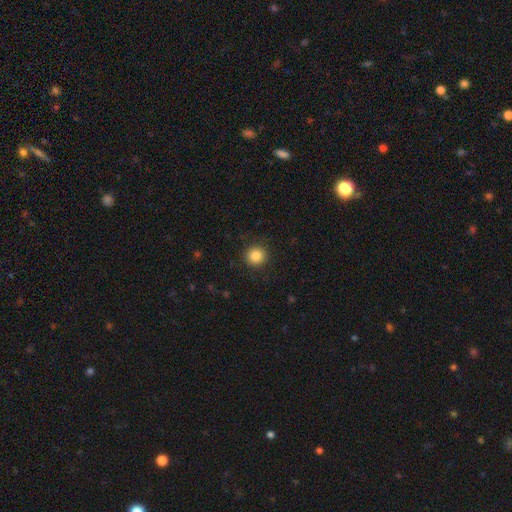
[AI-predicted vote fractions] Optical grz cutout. It shows a smooth galaxy with no disk features (85%) that is round (94%). Merging: none (91%).